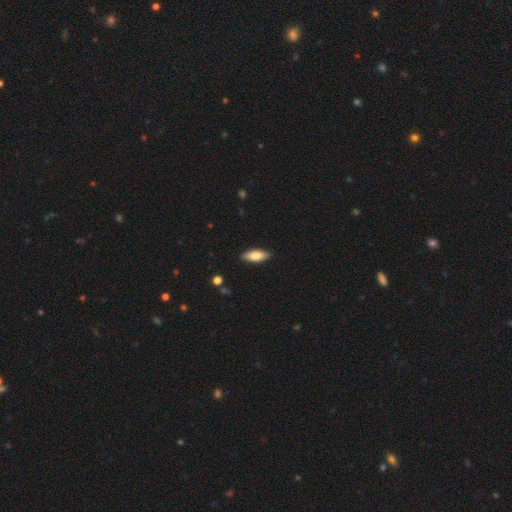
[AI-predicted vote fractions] Smooth or featured: smooth — 79% (featured or disk — 15%)
How rounded: in between — 73% (cigar-shaped — 26%)
Merging: none — 88% (minor disturbance — 9%)